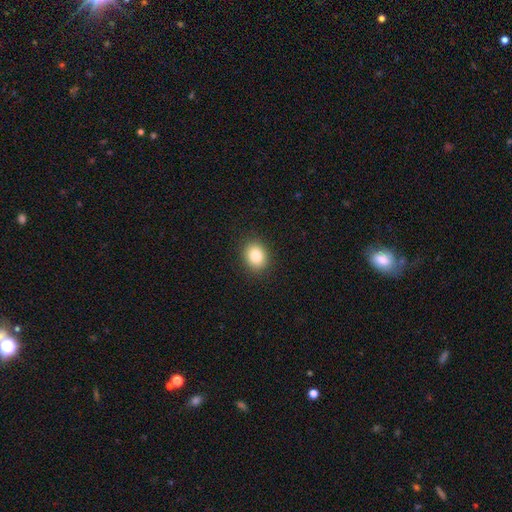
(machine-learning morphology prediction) smooth 83%, star or artifact 10%, featured or disk 7%. Down the decision tree: how rounded — round (55%); merging — none (90%).